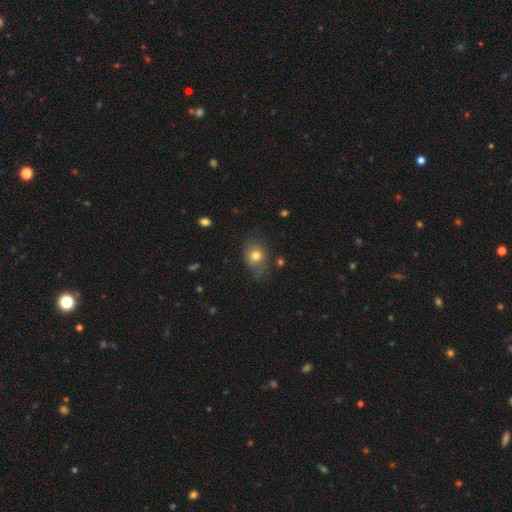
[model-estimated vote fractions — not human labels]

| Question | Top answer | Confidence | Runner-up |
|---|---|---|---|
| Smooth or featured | smooth | 76% | featured or disk (14%) |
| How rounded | in between | 50% | round (48%) |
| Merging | none | 66% | minor disturbance (25%) |